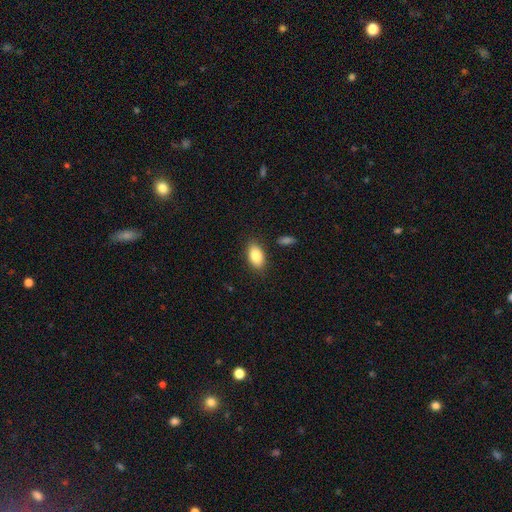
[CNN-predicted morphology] Overall: smooth (86%). How rounded: in between (92%). Merging: none (84%).